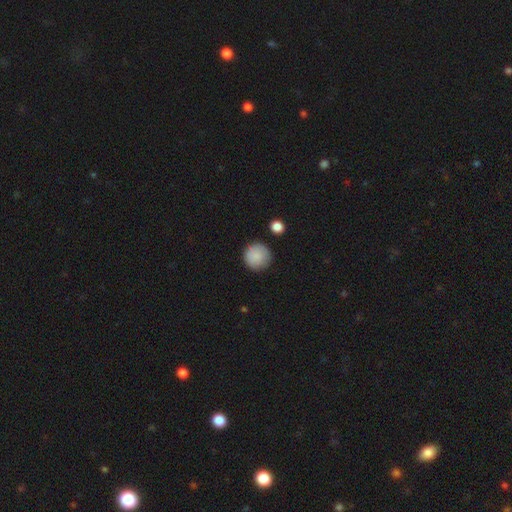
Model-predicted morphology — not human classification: Smooth or featured? smooth (88%)
How rounded? round (95%)
Merging? none (86%)